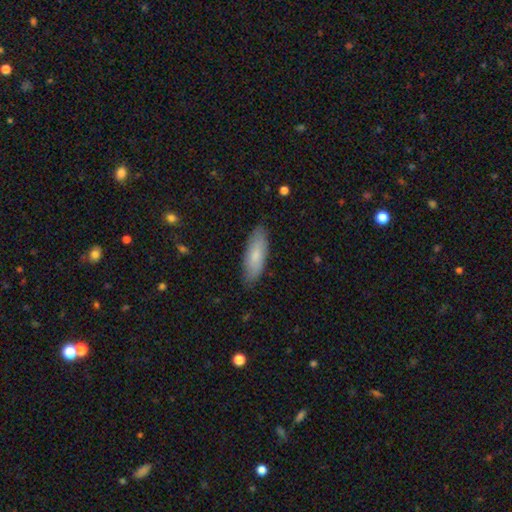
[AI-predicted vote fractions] Q: Smooth or featured?
A: smooth (74%); runner-up: featured or disk (20%)
Q: How rounded?
A: in between (66%); runner-up: cigar-shaped (32%)
Q: Merging?
A: none (83%); runner-up: minor disturbance (13%)